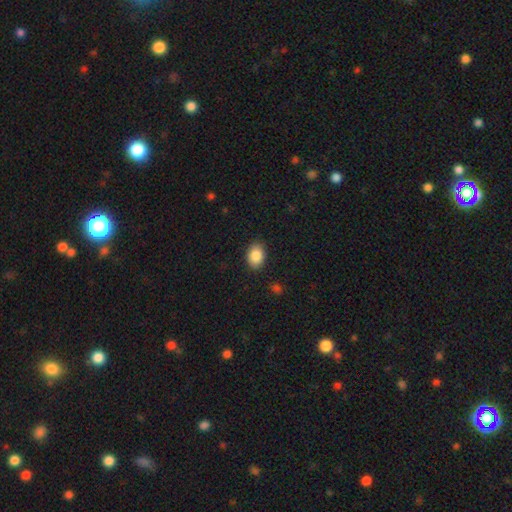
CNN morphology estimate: The model was most divided on "how rounded": in between: 75%, round: 24%, cigar-shaped: 1%. More confident: smooth or featured — smooth (87%); merging — none (87%).